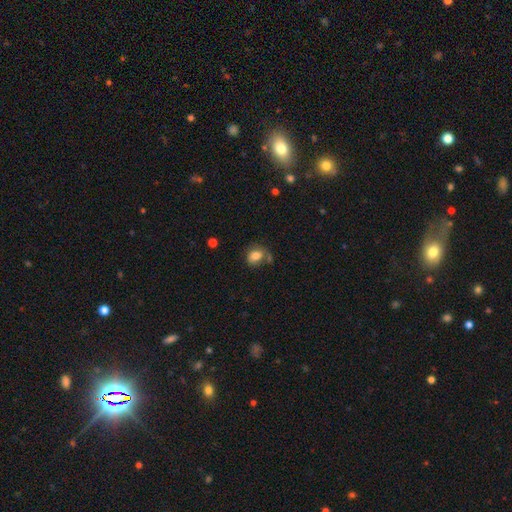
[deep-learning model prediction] Morphology: type=smooth (78%); roundness=in between (59%); merging=none (52%).